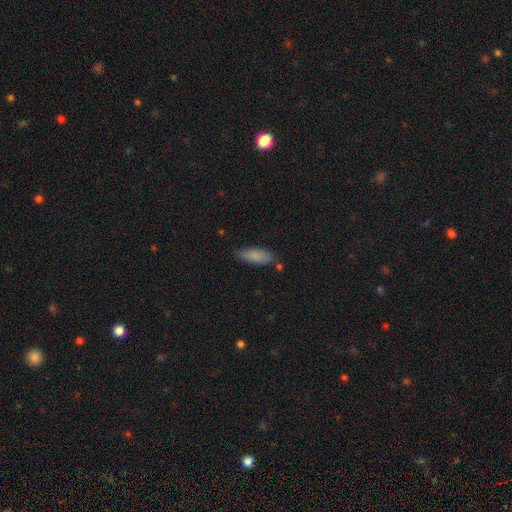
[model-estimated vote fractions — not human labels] This appears to be a smooth galaxy with no disk features (84%) that is in between round and cigar-shaped (71%). Merging: none (74%).